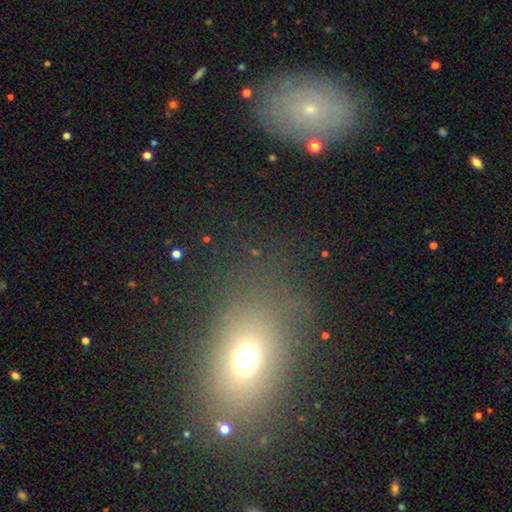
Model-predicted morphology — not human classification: This appears to be a smooth galaxy with no disk features (55%) that is in between round and cigar-shaped (63%). Merging: none (70%).